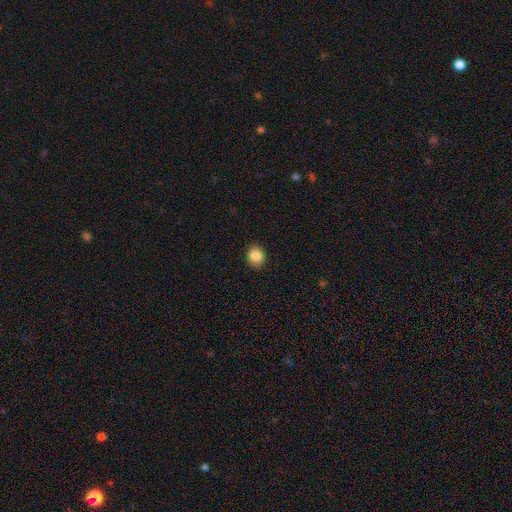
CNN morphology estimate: Smooth or featured: smooth — 86% (star or artifact — 9%)
How rounded: round — 61% (in between — 38%)
Merging: none — 90% (minor disturbance — 7%)